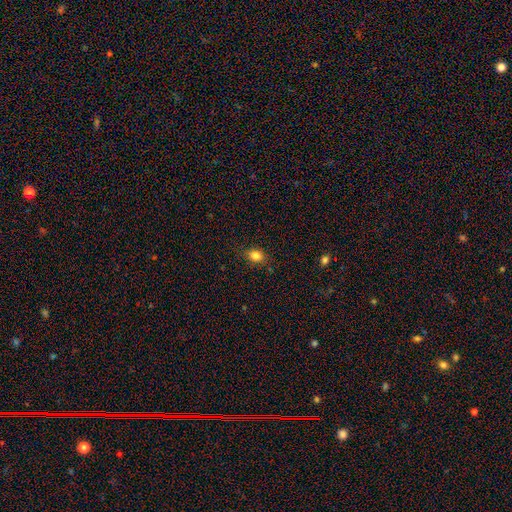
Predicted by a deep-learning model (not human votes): Smooth or featured?
  - smooth: 83% *
  - star or artifact: 11%
  - featured or disk: 6%
How rounded?
  - in between: 60% *
  - round: 39%
  - cigar-shaped: 1%
Merging?
  - none: 84% *
  - minor disturbance: 12%
  - major disturbance: 3%
  - merger: 1%